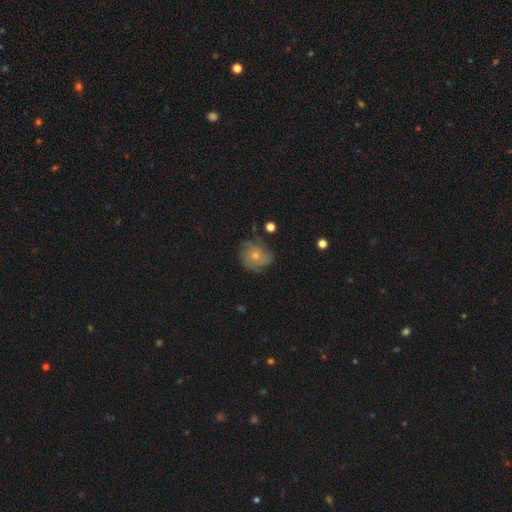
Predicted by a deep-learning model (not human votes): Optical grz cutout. It shows a featured or disk galaxy (55%) with no bar (86%), spiral arms (84%) and a small central bulge (68%). Merging: none (68%).